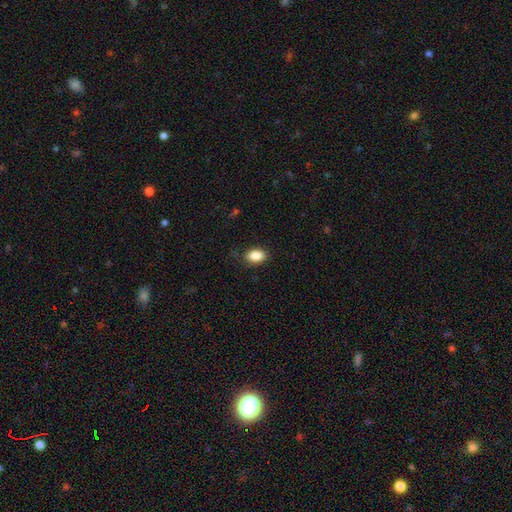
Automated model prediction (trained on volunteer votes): Q: Smooth or featured?
A: smooth (87%); runner-up: star or artifact (8%)
Q: How rounded?
A: in between (87%); runner-up: round (11%)
Q: Merging?
A: none (82%); runner-up: minor disturbance (14%)